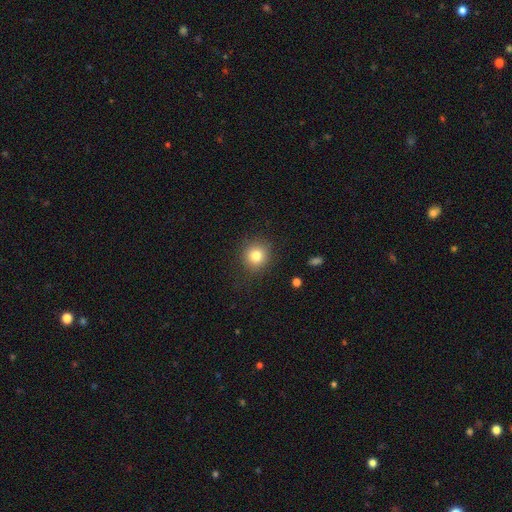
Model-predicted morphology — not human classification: This is clearly a smooth galaxy (81%). How rounded: clearly round (90%). Merging: clearly none (86%).